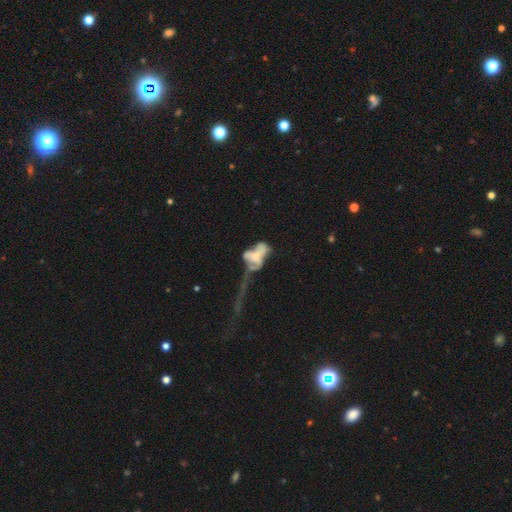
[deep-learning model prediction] Smooth or featured?
  - featured or disk: 52% *
  - smooth: 38%
  - star or artifact: 10%
Edge-on disk?
  - no: 94% *
  - yes: 6%
Merging?
  - major disturbance: 44% *
  - merger: 37%
  - none: 10%
  - minor disturbance: 9%